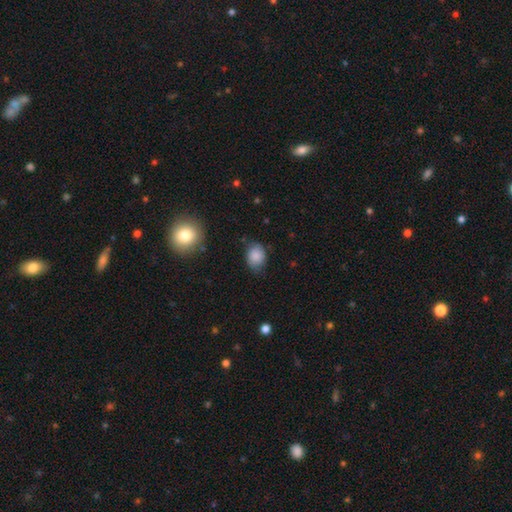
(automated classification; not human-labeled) The model was most divided on "how rounded": in between: 54%, round: 45%, cigar-shaped: 1%. More confident: smooth or featured — smooth (83%); merging — none (69%).